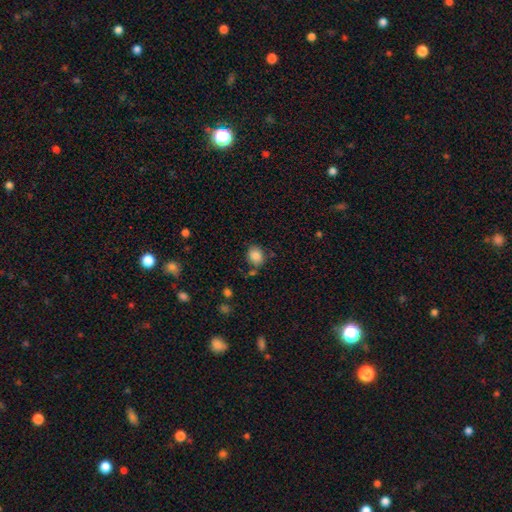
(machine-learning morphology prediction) The model was most divided on "how rounded": round: 54%, in between: 45%, cigar-shaped: 1%. More confident: smooth or featured — smooth (86%); merging — none (73%).